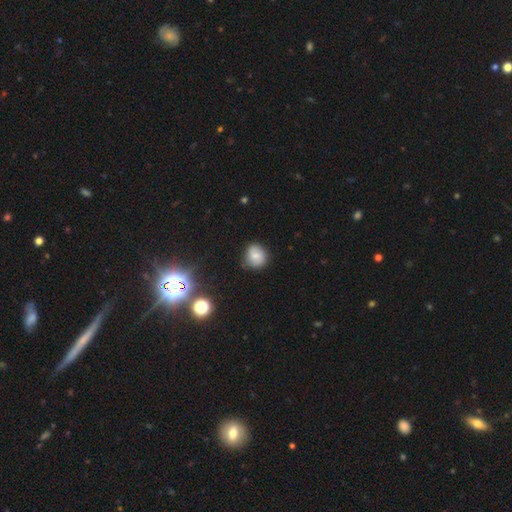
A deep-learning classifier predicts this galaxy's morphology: Smooth or featured: smooth — 68% (featured or disk — 20%)
How rounded: round — 78% (in between — 22%)
Merging: none — 76% (minor disturbance — 19%)